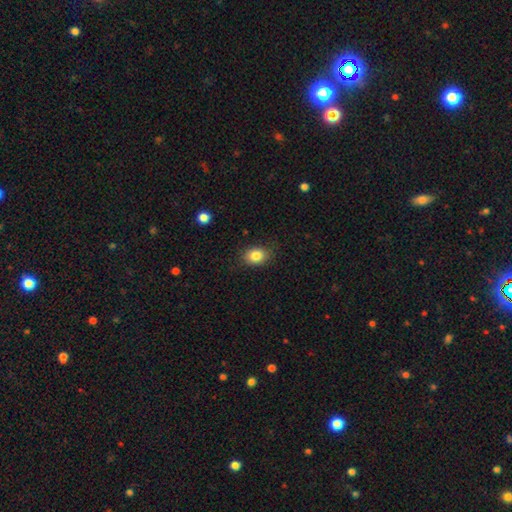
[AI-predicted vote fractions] Smooth or featured? smooth (84%)
How rounded? in between (62%)
Merging? none (83%)